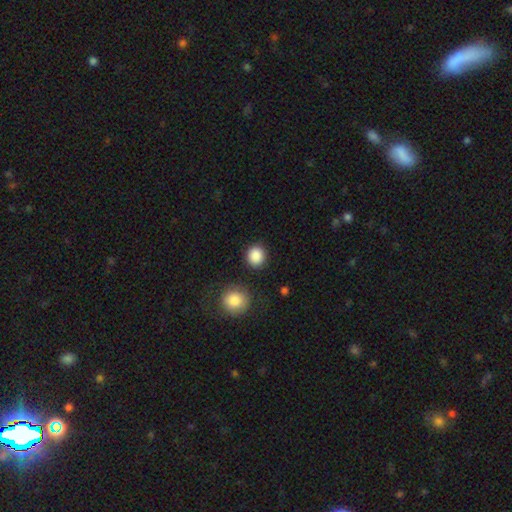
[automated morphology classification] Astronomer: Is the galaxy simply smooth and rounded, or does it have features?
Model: smooth — 88%.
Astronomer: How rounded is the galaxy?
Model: round — 87%.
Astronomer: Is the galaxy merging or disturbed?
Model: none — 87%.